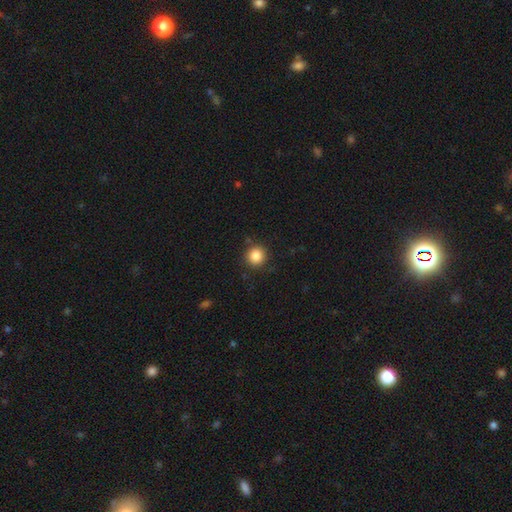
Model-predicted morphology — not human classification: This appears to be a smooth galaxy with no disk features (85%) that is round (94%). Merging: none (88%).